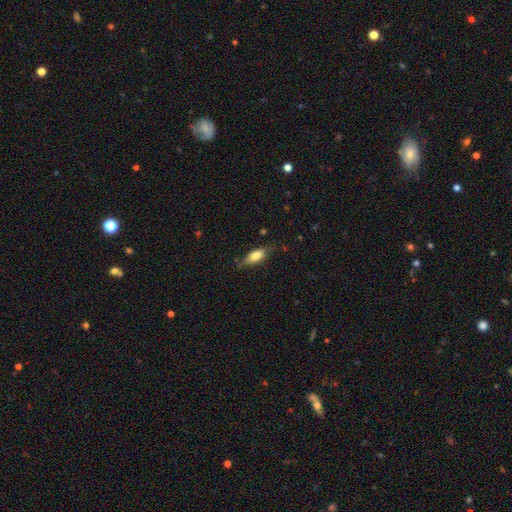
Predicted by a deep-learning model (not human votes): smooth 76%, featured or disk 18%, star or artifact 7%. Down the decision tree: how rounded — in between (79%); merging — none (71%).